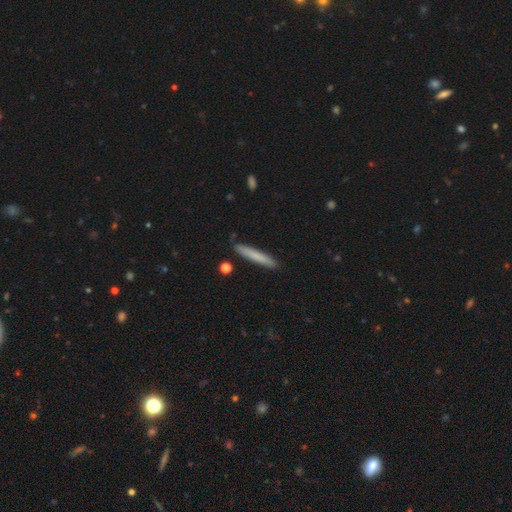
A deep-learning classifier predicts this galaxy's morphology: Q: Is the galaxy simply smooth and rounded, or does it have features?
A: smooth — 76%.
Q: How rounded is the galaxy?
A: cigar-shaped — 95%.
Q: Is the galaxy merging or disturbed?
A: none — 89%.